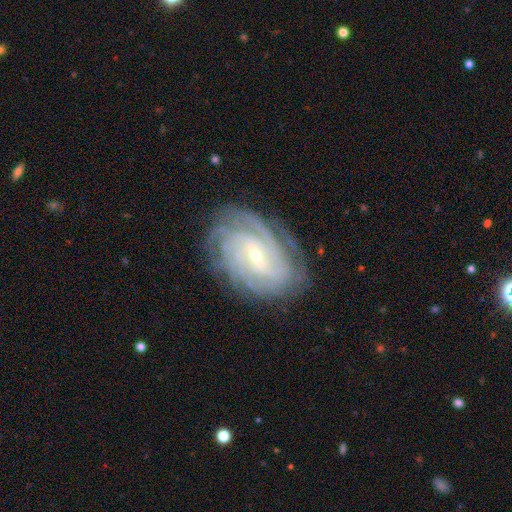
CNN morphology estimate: This appears to be a featured or disk galaxy (88%) with a weak bar (51%), 4 (29%) tight (73%) spiral arms (97%) and a small central bulge (72%). Merging: none (79%).